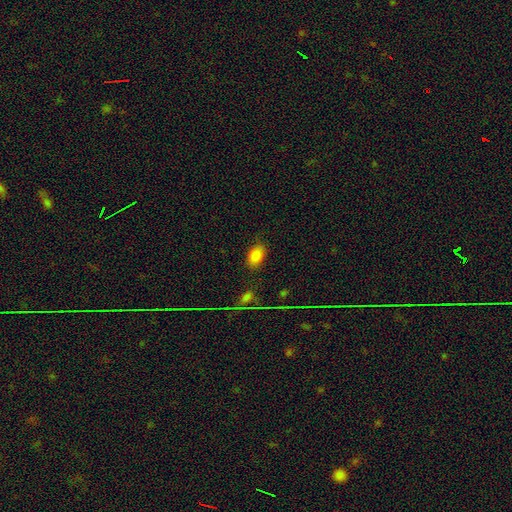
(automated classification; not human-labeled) Smooth or featured: smooth — 80% (star or artifact — 12%)
How rounded: in between — 87% (round — 11%)
Merging: none — 83% (minor disturbance — 13%)